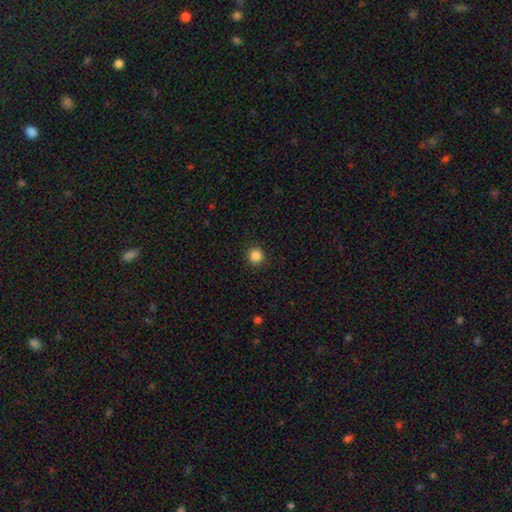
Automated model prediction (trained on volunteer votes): This is clearly a smooth galaxy (86%). How rounded: clearly round (94%). Merging: clearly none (92%).